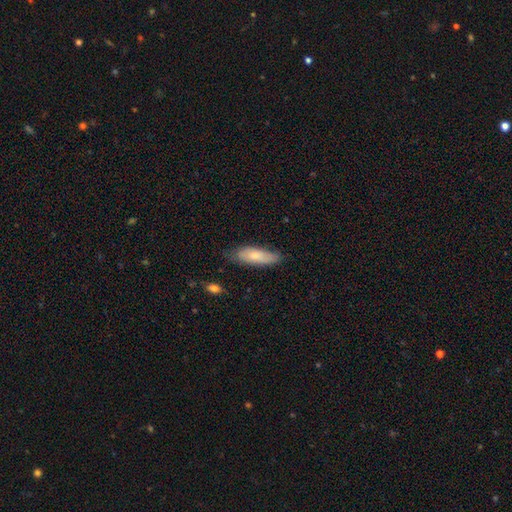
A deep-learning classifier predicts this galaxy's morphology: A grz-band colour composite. It shows a smooth galaxy with no disk features (70%) that is in between round and cigar-shaped (61%). Merging: none (69%).